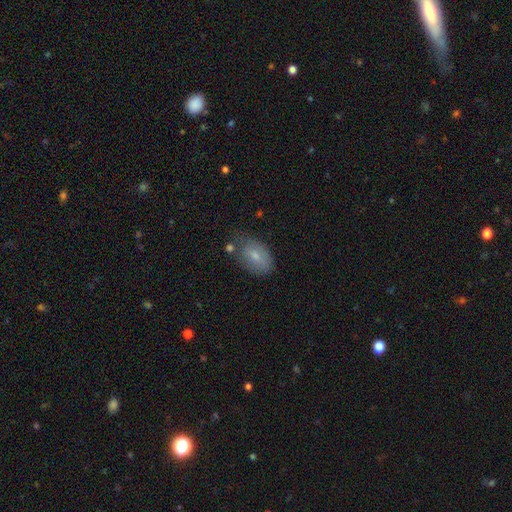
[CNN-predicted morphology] smooth 73%, featured or disk 19%, star or artifact 8%. Down the decision tree: how rounded — in between (87%); merging — none (55%).